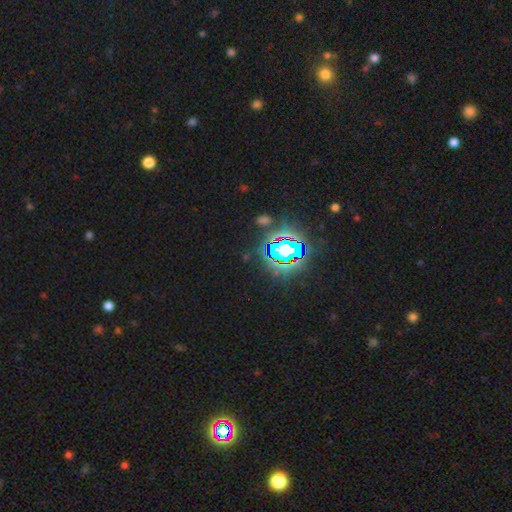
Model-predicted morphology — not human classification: Overall: star or artifact (81%).